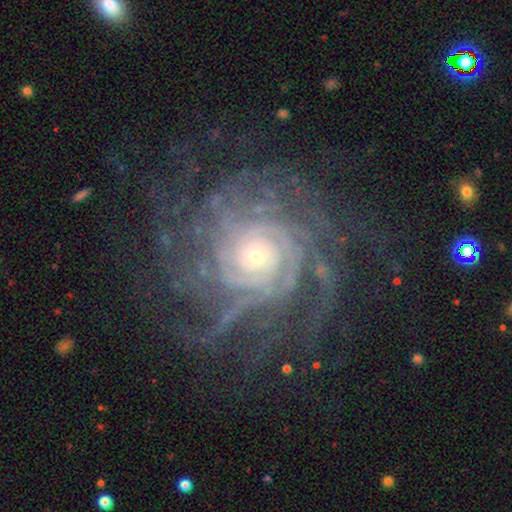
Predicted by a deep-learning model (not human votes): Morphology: type=featured or disk (90%); edge-on=no (98%); bar=no (75%); spiral arms=yes (98%); winding=tight (75%); arm count=more than 4 (31%); bulge=small (71%); merging=none (69%).